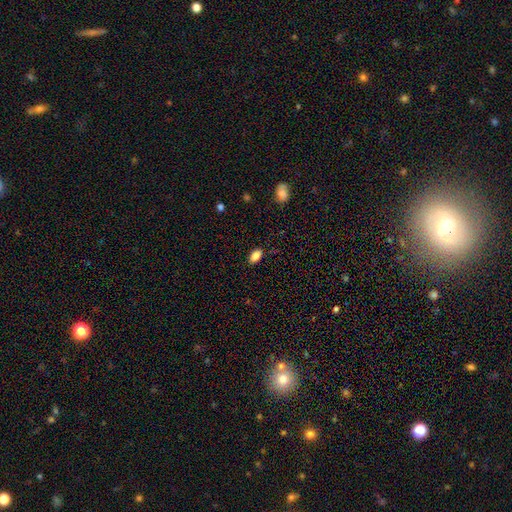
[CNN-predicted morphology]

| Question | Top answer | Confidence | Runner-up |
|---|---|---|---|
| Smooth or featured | smooth | 86% | star or artifact (9%) |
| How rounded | in between | 91% | round (6%) |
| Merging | none | 86% | minor disturbance (11%) |